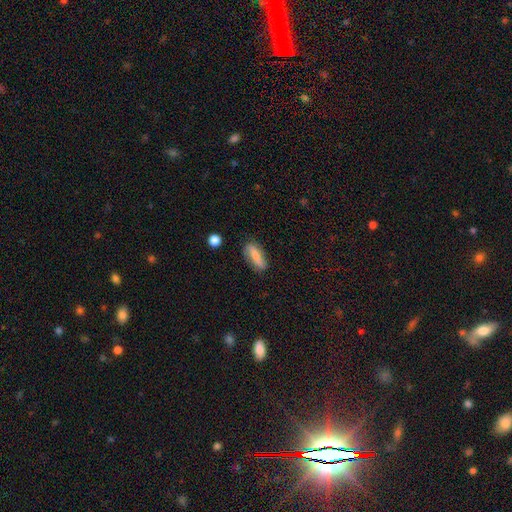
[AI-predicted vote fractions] Smooth or featured: smooth — 65% (featured or disk — 28%)
How rounded: in between — 60% (cigar-shaped — 37%)
Merging: none — 77% (minor disturbance — 17%)